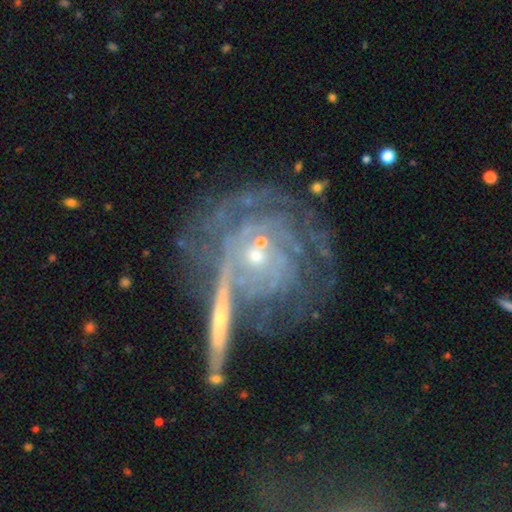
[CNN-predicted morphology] featured or disk 81%, smooth 10%, star or artifact 8%. Down the decision tree: edge-on disk — no (89%); bar — no (77%); spiral arms — yes (81%); spiral arm count — can't tell (56%); spiral winding — tight (76%); bulge size — small (73%); merging — none (44%).